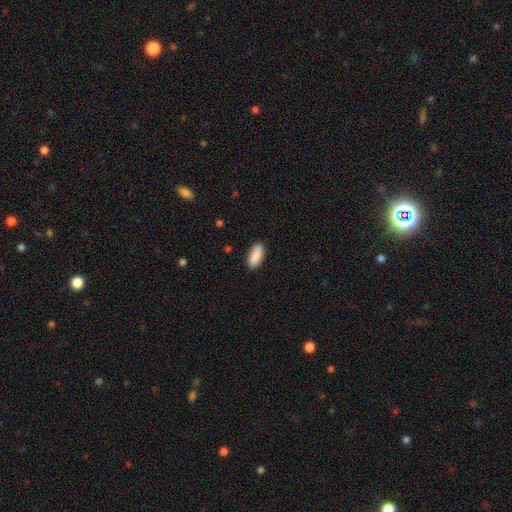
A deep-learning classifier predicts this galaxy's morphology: A smooth galaxy with no disk features (89%) that is in between round and cigar-shaped (86%). Merging: none (88%).